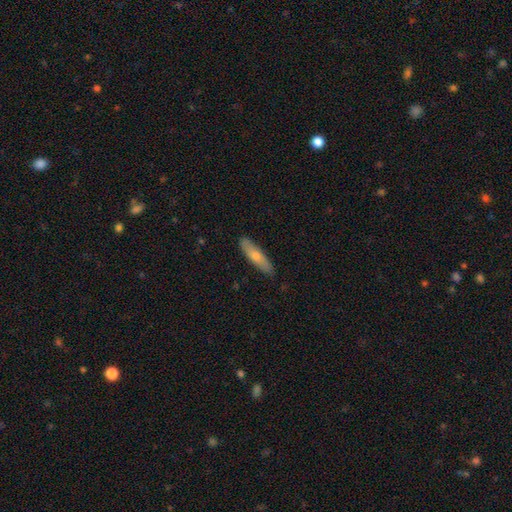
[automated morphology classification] This appears to be a smooth galaxy with no disk features (67%) that is cigar-shaped (71%). Merging: none (86%).